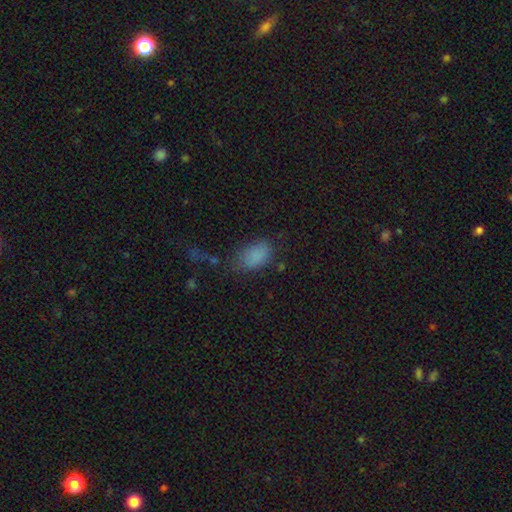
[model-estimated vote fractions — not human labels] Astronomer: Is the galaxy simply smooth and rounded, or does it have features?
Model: smooth — 84%.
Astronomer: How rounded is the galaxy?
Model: in between — 92%.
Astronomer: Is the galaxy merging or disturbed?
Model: none — 62%.